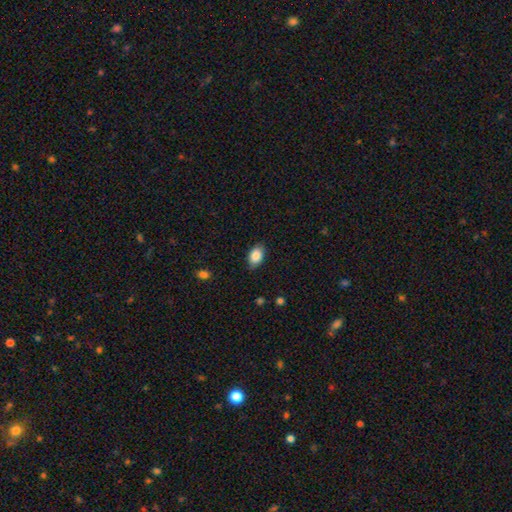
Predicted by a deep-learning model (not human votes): A smooth galaxy with no disk features (87%) that is in between round and cigar-shaped (89%).

Vote fractions:
- Smooth or featured? smooth: 87% / star or artifact: 7% / featured or disk: 6%
- How rounded? in between: 89% / round: 10% / cigar-shaped: 1%
- Merging? none: 85% / minor disturbance: 12% / major disturbance: 2% / merger: 1%